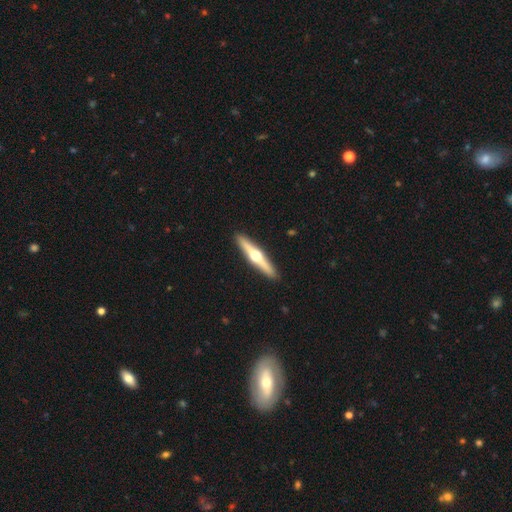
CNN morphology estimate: This appears to be a featured or disk galaxy (72%) viewed edge-on (98%) with a rounded central bulge (96%). Merging: none (92%).